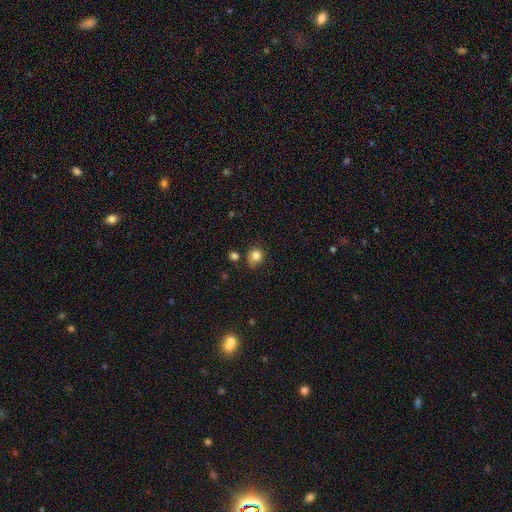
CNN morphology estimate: A smooth galaxy with no disk features (83%) that is round (76%). Merging: none (69%).